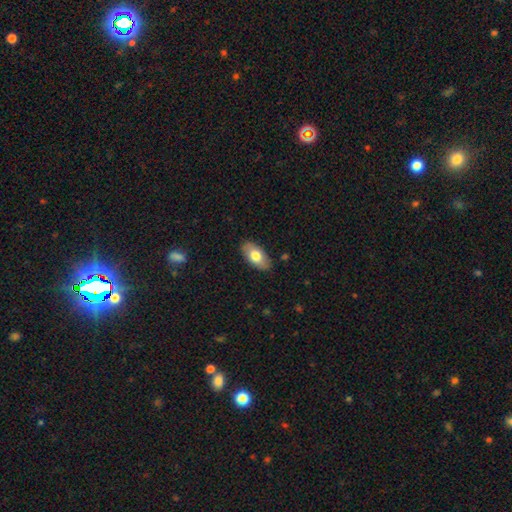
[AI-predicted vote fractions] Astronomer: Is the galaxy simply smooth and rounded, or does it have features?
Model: smooth — 73%.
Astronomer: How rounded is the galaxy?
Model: in between — 94%.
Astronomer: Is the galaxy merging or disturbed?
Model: none — 86%.